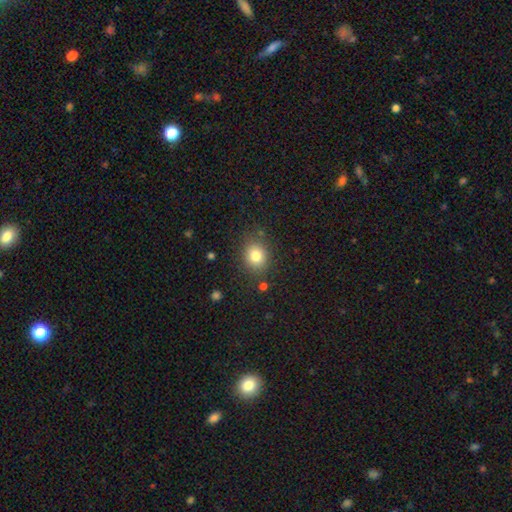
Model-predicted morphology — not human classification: Smooth or featured?
  - smooth: 80% *
  - star or artifact: 12%
  - featured or disk: 8%
How rounded?
  - round: 67% *
  - in between: 32%
  - cigar-shaped: 1%
Merging?
  - none: 83% *
  - minor disturbance: 11%
  - major disturbance: 4%
  - merger: 3%